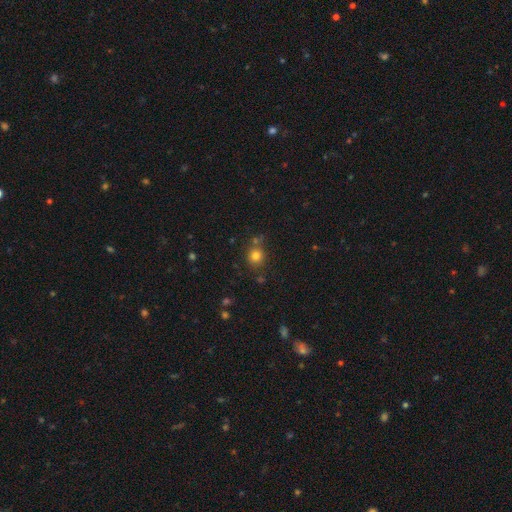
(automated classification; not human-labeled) Smooth or featured? smooth (79%)
How rounded? round (87%)
Merging? none (73%)